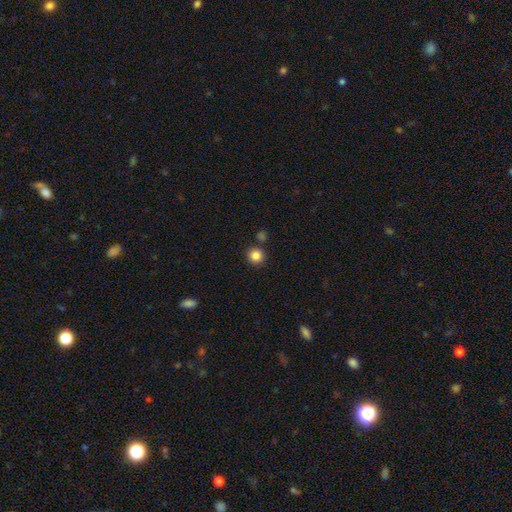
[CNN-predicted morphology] smooth_or_featured: smooth (p=0.85) [alt: star or artifact p=0.11]
how_rounded: round (p=0.93) [alt: in between p=0.06]
merging: none (p=0.84) [alt: minor disturbance p=0.07]